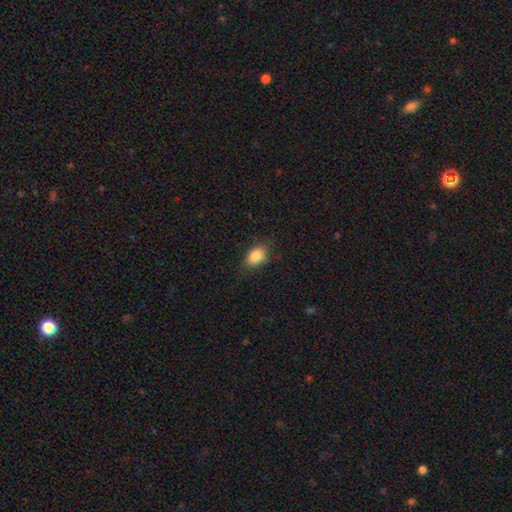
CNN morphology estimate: Smooth or featured? smooth (86%)
How rounded? in between (84%)
Merging? none (77%)